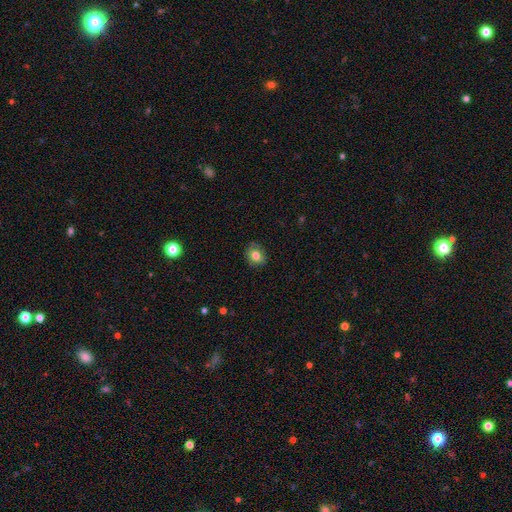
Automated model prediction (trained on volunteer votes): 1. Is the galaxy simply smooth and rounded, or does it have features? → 79% smooth, 12% featured or disk, 10% star or artifact.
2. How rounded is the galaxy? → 51% round, 48% in between, 1% cigar-shaped.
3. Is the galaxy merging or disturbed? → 84% none, 13% minor disturbance, 3% major disturbance, 1% merger.